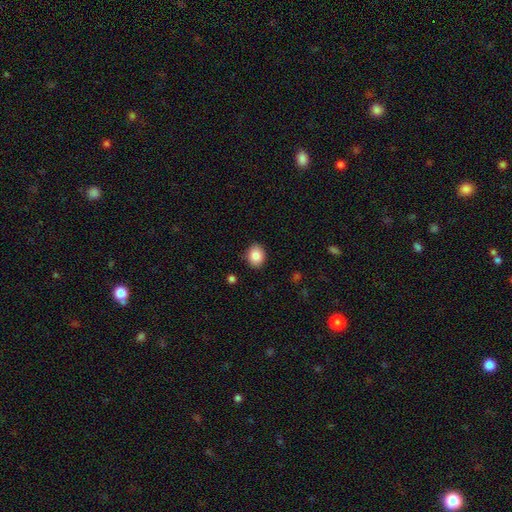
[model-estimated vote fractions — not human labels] Smooth or featured? smooth (86%)
How rounded? round (55%)
Merging? none (88%)